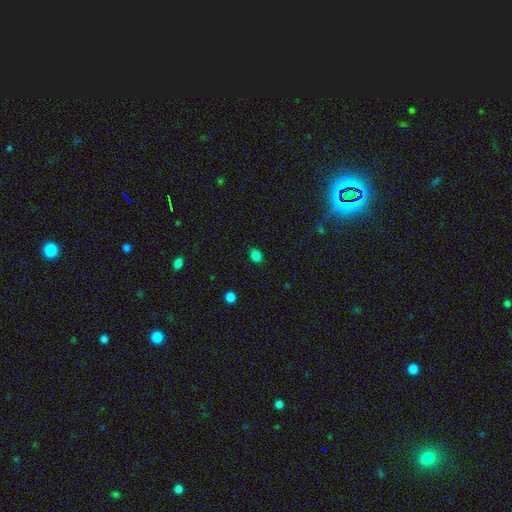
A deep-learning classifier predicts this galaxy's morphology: A smooth galaxy with no disk features (83%) that is round (51%). Merging: none (88%).